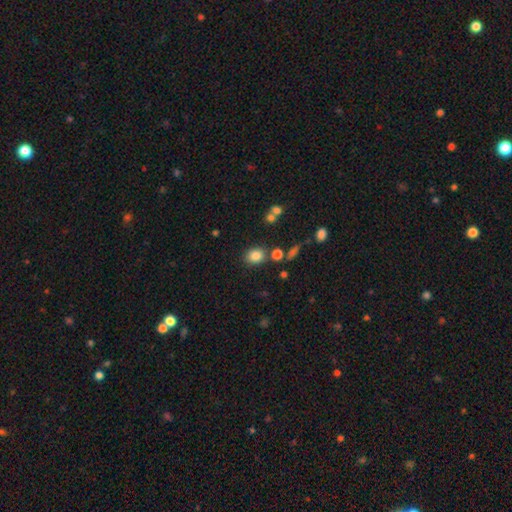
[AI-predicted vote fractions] A smooth galaxy with no disk features (83%) that is round (54%). Merging: none (77%).